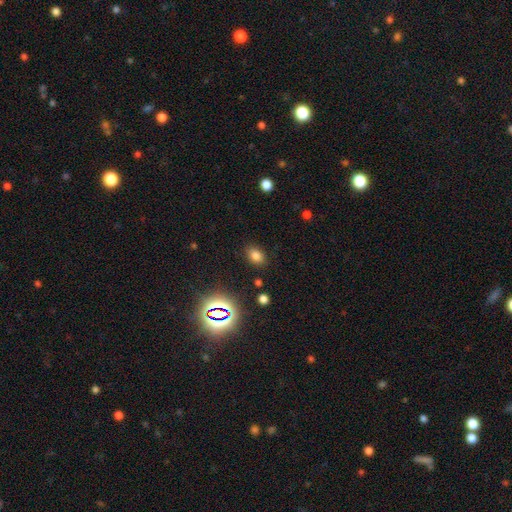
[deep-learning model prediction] Morphology: type=smooth (74%); roundness=in between (78%); merging=none (85%).